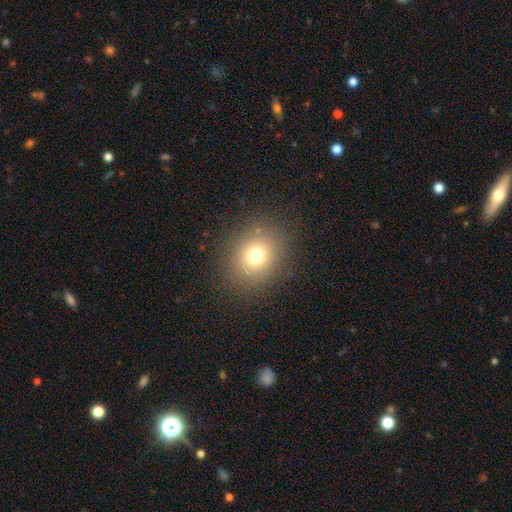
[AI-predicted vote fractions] smooth-or-featured: smooth: 72% | star or artifact: 17% | featured or disk: 11%
  how-rounded: round: 74% | in between: 25% | cigar-shaped: 1%
  merging: none: 85% | minor disturbance: 9% | major disturbance: 5% | merger: 1%